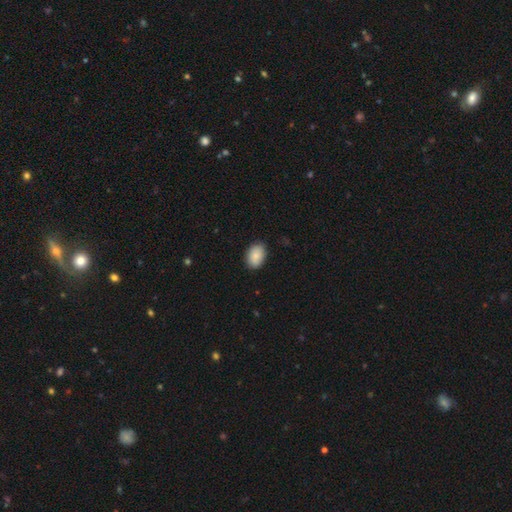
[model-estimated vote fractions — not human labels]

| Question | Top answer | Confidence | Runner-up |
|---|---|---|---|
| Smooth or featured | smooth | 88% | star or artifact (7%) |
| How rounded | in between | 83% | round (16%) |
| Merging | none | 85% | minor disturbance (12%) |